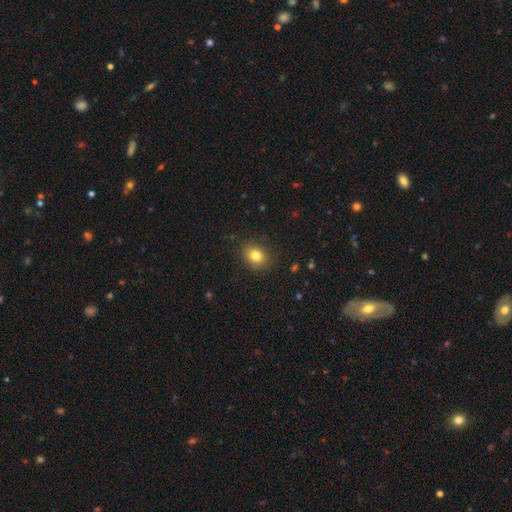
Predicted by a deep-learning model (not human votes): smooth 81%, star or artifact 11%, featured or disk 8%. Down the decision tree: how rounded — round (61%); merging — none (88%).